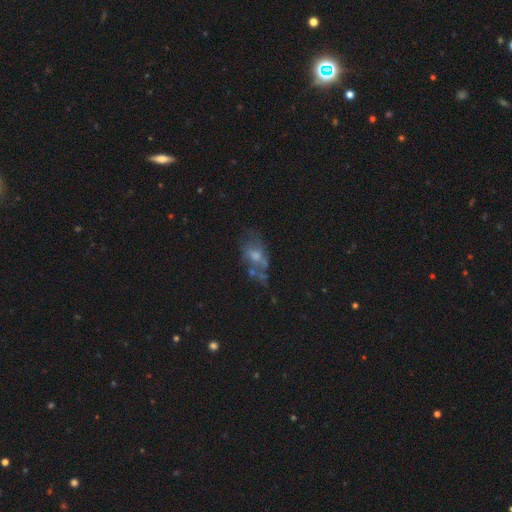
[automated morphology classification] smooth-or-featured: featured or disk: 49% | smooth: 39% | star or artifact: 11%
  merging: none: 40% | minor disturbance: 26% | major disturbance: 24% | merger: 11%